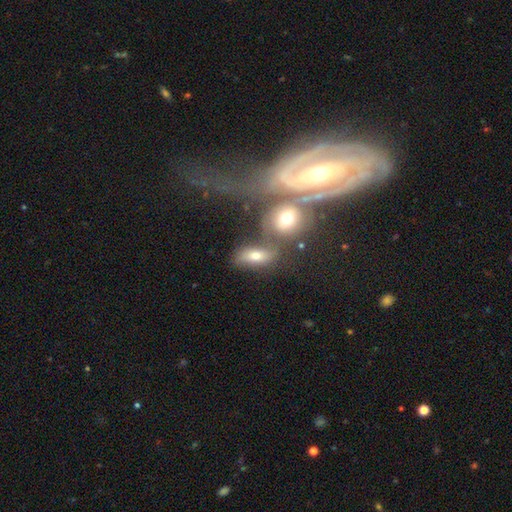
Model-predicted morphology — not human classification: smooth-or-featured: smooth: 61% | featured or disk: 26% | star or artifact: 12%
  how-rounded: in between: 78% | round: 13% | cigar-shaped: 9%
  merging: none: 50% | merger: 28% | minor disturbance: 14% | major disturbance: 8%